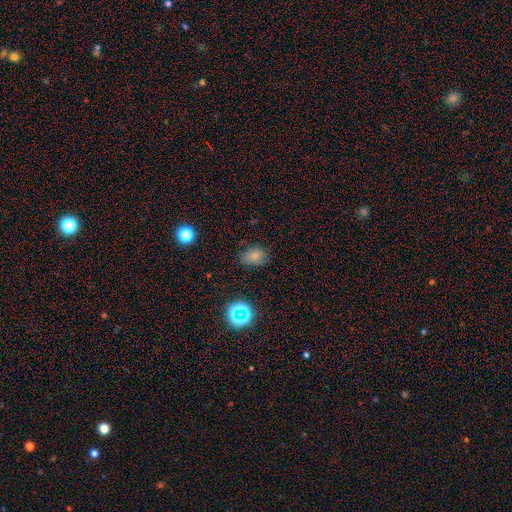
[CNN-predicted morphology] smooth-or-featured: smooth: 73% | star or artifact: 18% | featured or disk: 9%
  how-rounded: in between: 69% | round: 30% | cigar-shaped: 1%
  merging: none: 76% | minor disturbance: 18% | major disturbance: 5% | merger: 2%